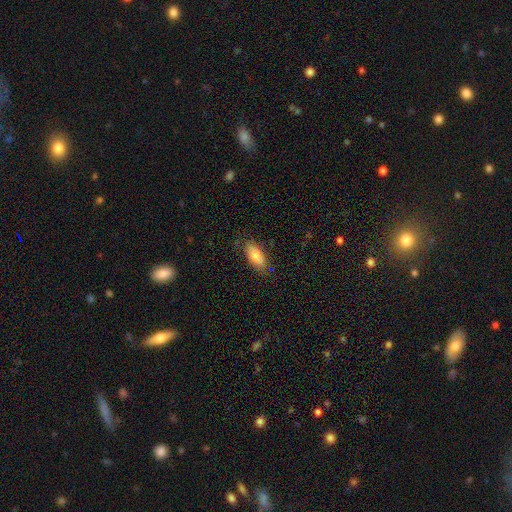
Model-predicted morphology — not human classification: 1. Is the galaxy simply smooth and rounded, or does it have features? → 84% smooth, 9% featured or disk, 7% star or artifact.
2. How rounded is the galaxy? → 88% in between, 10% cigar-shaped, 2% round.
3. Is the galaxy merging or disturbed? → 79% none, 16% minor disturbance, 4% major disturbance, 1% merger.